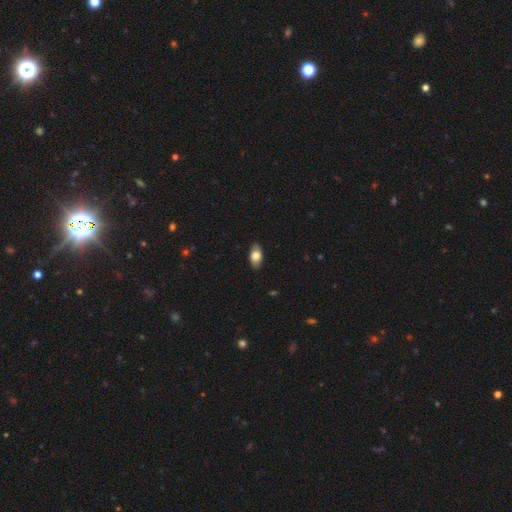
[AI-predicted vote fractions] Smooth or featured? smooth (77%)
How rounded? in between (92%)
Merging? none (84%)